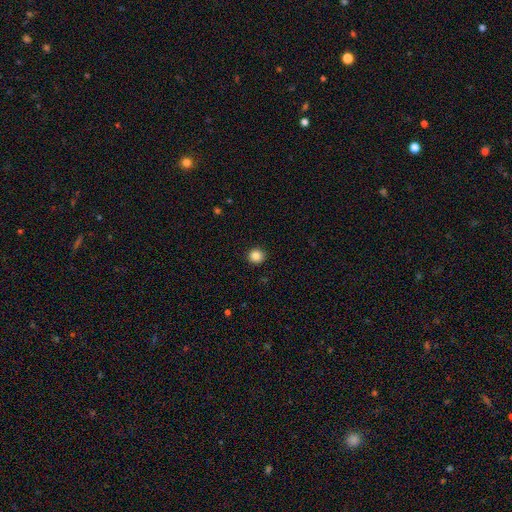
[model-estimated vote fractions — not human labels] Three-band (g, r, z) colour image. It shows a smooth galaxy with no disk features (86%) that is round (93%). Merging: none (93%).